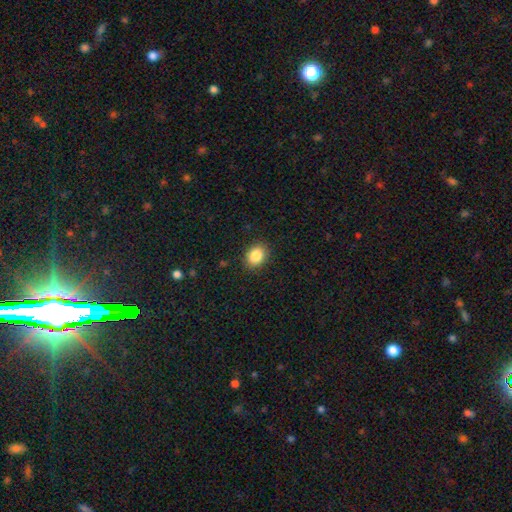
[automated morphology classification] Q: Smooth or featured?
A: smooth (86%); runner-up: star or artifact (9%)
Q: How rounded?
A: in between (57%); runner-up: round (42%)
Q: Merging?
A: none (88%); runner-up: minor disturbance (9%)